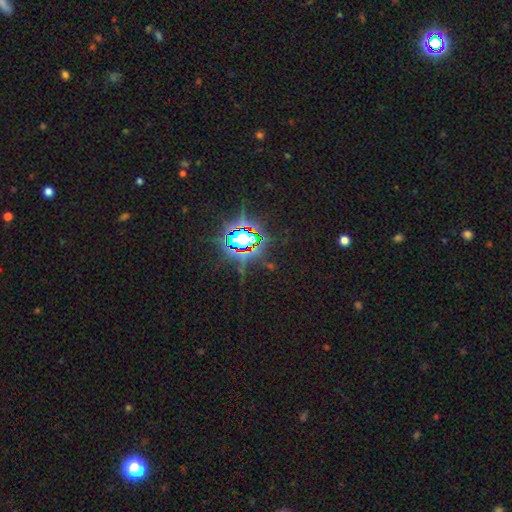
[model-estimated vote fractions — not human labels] Smooth or featured? Predicted: star or artifact (p=0.84).